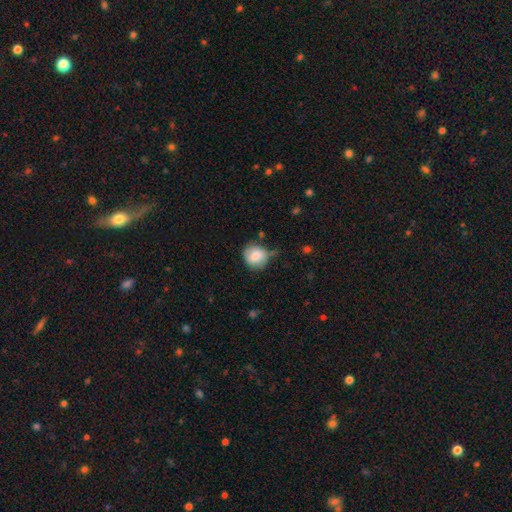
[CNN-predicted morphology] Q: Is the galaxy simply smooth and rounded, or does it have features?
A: smooth — 82%.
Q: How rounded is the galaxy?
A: round — 83%.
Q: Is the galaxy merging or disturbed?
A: none — 59%.